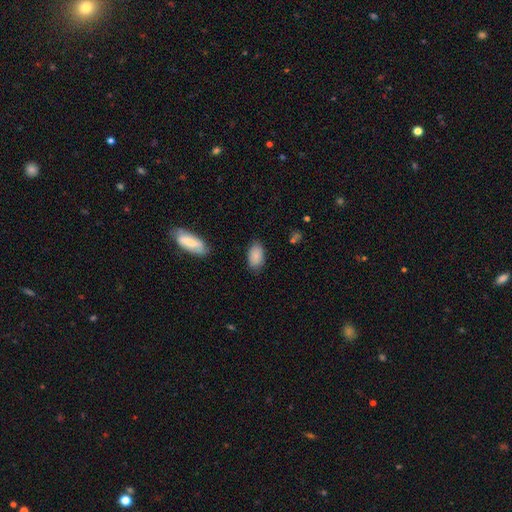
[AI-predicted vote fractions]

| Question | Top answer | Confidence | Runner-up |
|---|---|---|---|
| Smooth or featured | smooth | 87% | star or artifact (7%) |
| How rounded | in between | 93% | round (5%) |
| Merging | none | 81% | minor disturbance (14%) |